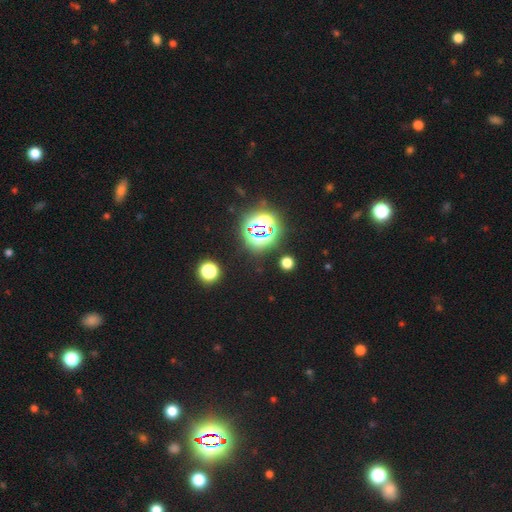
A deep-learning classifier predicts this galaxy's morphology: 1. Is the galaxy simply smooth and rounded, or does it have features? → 80% star or artifact, 13% smooth, 7% featured or disk.